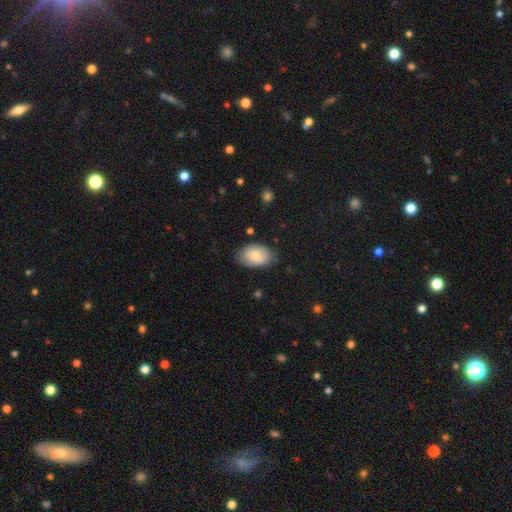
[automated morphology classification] Q: Smooth or featured?
A: smooth (75%); runner-up: featured or disk (19%)
Q: How rounded?
A: in between (88%); runner-up: round (11%)
Q: Merging?
A: none (74%); runner-up: minor disturbance (21%)